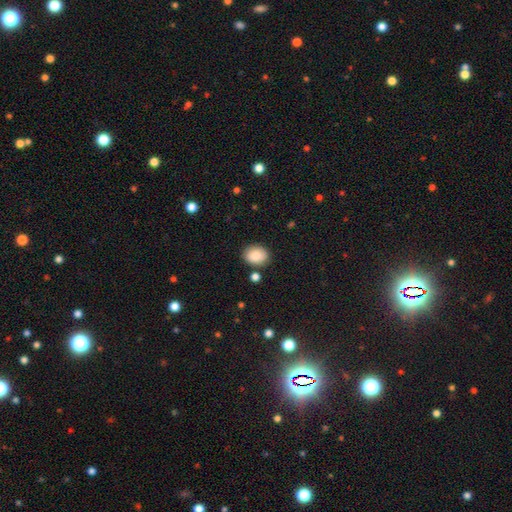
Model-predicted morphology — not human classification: This is clearly a smooth galaxy (88%). How rounded: possibly in between (58%). Merging: clearly none (83%).